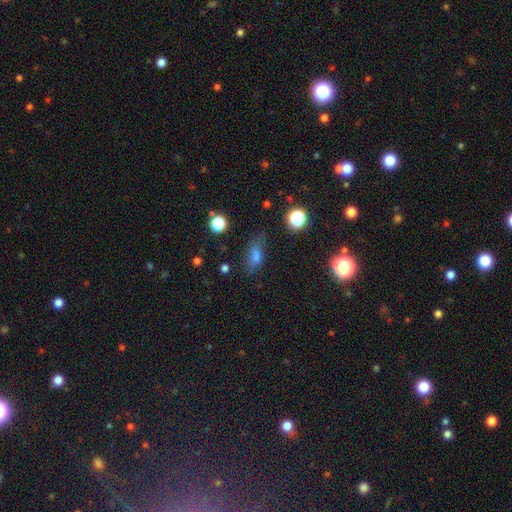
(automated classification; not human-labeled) Smooth or featured? Predicted: smooth (p=0.64). How rounded? Predicted: in between (p=0.67). Merging? Predicted: none (p=0.66).